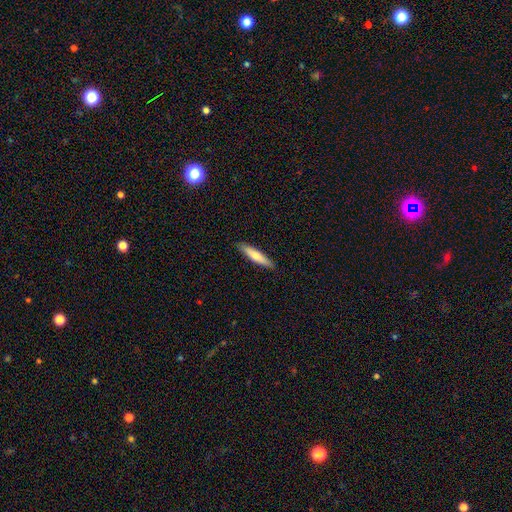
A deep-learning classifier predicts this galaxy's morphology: smooth-or-featured: smooth: 68% | featured or disk: 27% | star or artifact: 5%
  how-rounded: cigar-shaped: 86% | in between: 13% | round: 1%
  merging: none: 90% | minor disturbance: 8% | major disturbance: 1% | merger: 1%